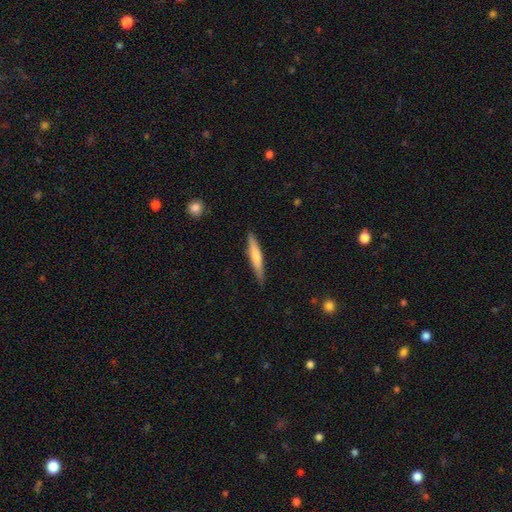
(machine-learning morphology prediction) smooth_or_featured: smooth (p=0.62) [alt: featured or disk p=0.33]
how_rounded: cigar-shaped (p=0.92) [alt: in between p=0.07]
merging: none (p=0.86) [alt: minor disturbance p=0.11]